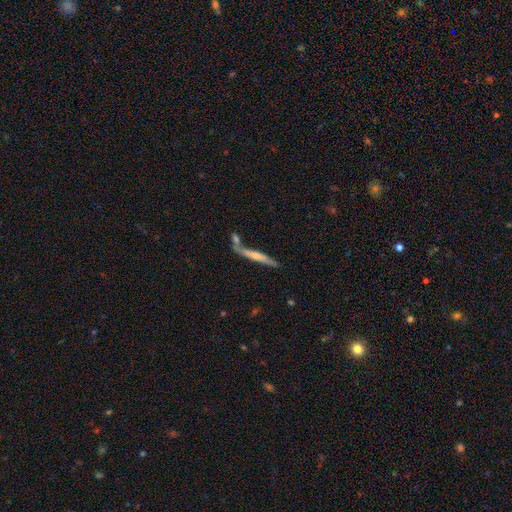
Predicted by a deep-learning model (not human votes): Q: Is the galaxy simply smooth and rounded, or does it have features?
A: featured or disk — 53%.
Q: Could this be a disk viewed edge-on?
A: yes — 92%.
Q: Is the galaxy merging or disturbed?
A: none — 61%.